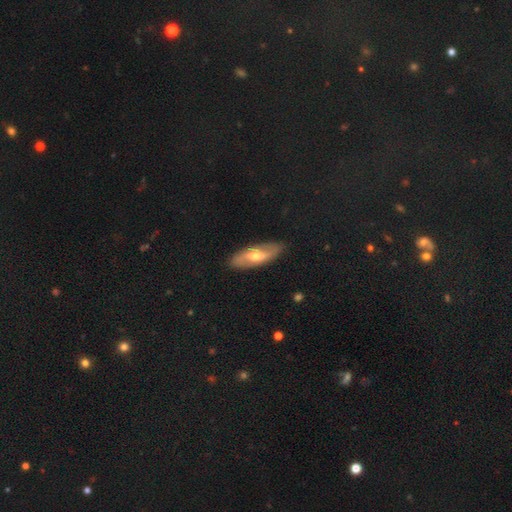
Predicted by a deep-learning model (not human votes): Overall: featured or disk (66%; smooth 28%). Edge-on disk: no (81%). Bar: weak (44%; no 33%). Spiral arms: yes (78%). Bulge size: moderate (63%; small 31%). Merging: none (85%).